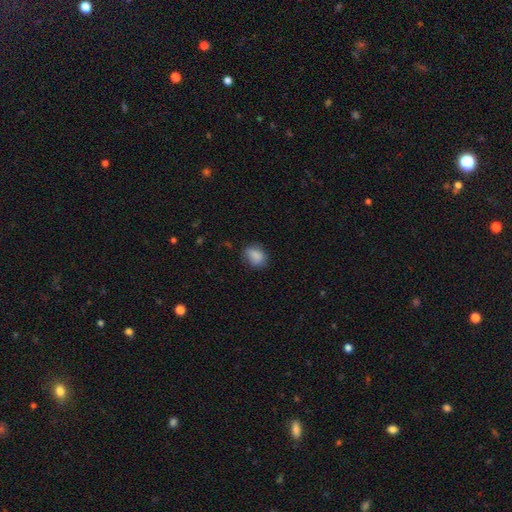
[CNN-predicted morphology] Smooth or featured?
  - smooth: 86% *
  - star or artifact: 9%
  - featured or disk: 5%
How rounded?
  - in between: 66% *
  - round: 32%
  - cigar-shaped: 1%
Merging?
  - none: 71% *
  - minor disturbance: 23%
  - major disturbance: 5%
  - merger: 1%